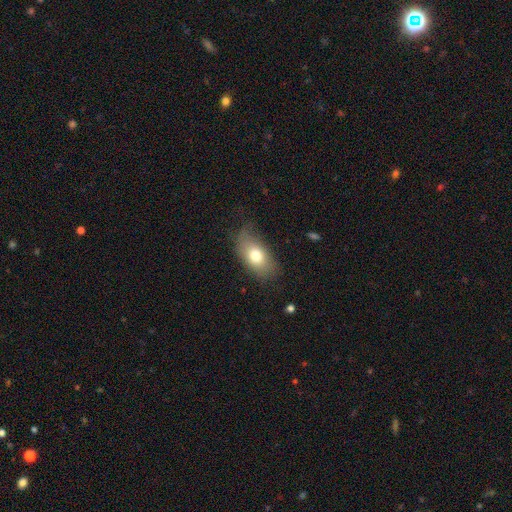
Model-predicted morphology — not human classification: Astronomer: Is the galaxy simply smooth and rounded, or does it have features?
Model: smooth — 74%.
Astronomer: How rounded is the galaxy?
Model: in between — 88%.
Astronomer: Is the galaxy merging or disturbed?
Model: none — 67%.